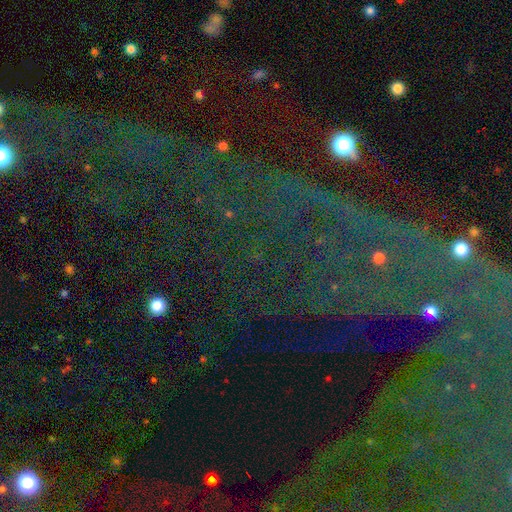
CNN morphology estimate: smooth_or_featured: star or artifact (p=0.78) [alt: featured or disk p=0.12]